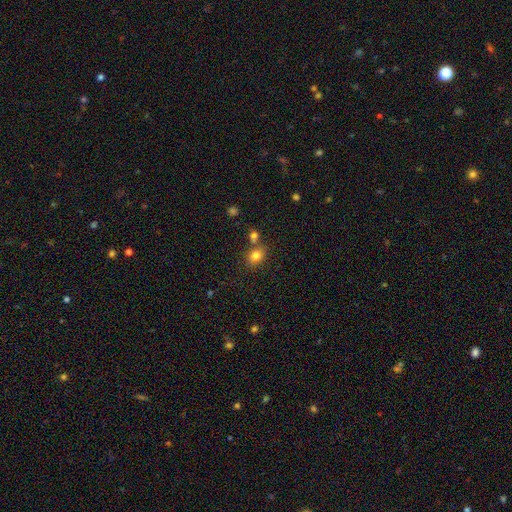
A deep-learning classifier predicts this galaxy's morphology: smooth_or_featured: smooth (p=0.80) [alt: star or artifact p=0.12]
how_rounded: round (p=0.60) [alt: in between p=0.39]
merging: none (p=0.63) [alt: merger p=0.22]